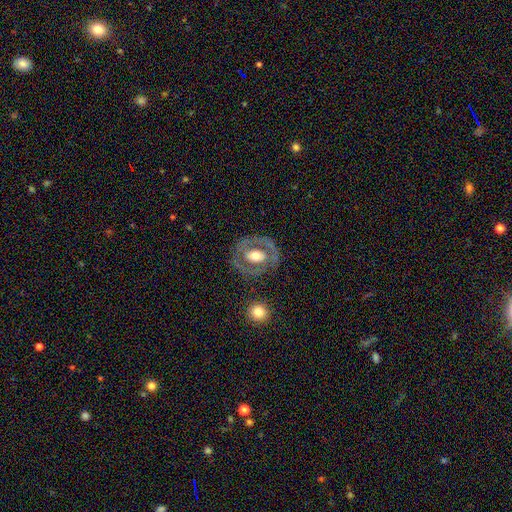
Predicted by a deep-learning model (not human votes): This appears to be a featured or disk galaxy (66%) with no bar (54%), no spiral arms (62%) and a moderate central bulge (62%). Merging: none (75%).